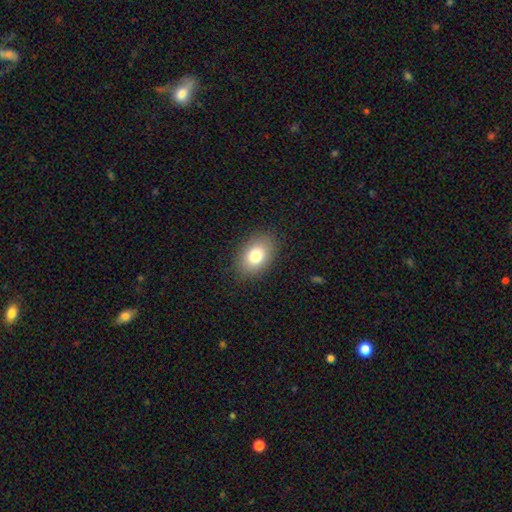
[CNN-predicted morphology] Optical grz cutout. It shows a smooth galaxy with no disk features (80%) that is in between round and cigar-shaped (83%). Merging: none (87%).